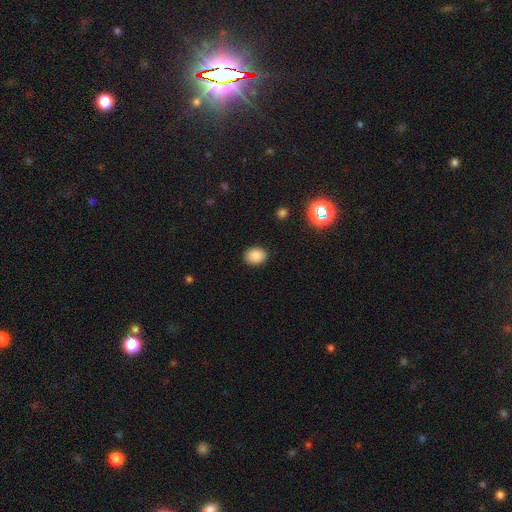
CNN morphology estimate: smooth-or-featured: smooth: 85% | star or artifact: 9% | featured or disk: 6%
  how-rounded: in between: 62% | round: 37% | cigar-shaped: 1%
  merging: none: 89% | minor disturbance: 8% | major disturbance: 2% | merger: 1%